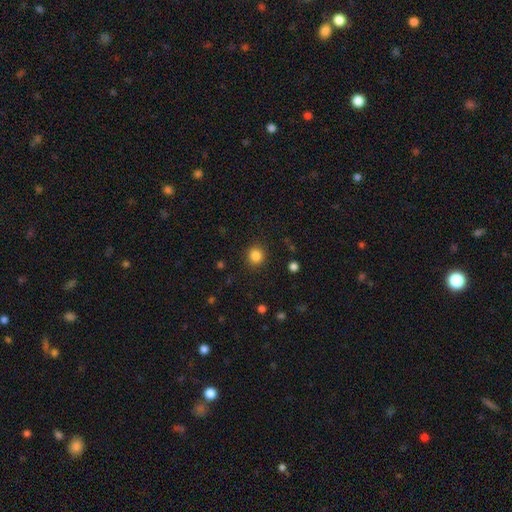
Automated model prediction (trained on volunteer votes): This appears to be a smooth galaxy with no disk features (84%) that is round (90%). Merging: none (90%).